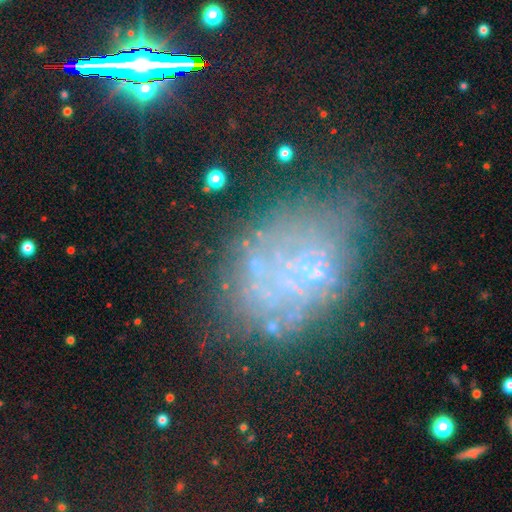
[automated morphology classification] Q: Smooth or featured?
A: featured or disk (48%); runner-up: star or artifact (27%)
Q: Merging?
A: none (44%); runner-up: major disturbance (25%)